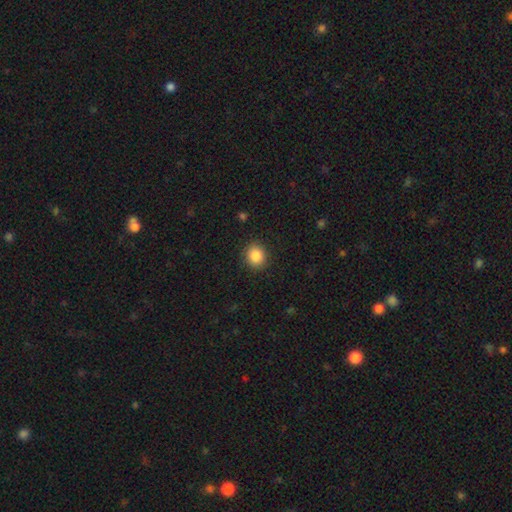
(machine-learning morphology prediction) This is clearly a smooth galaxy (86%). How rounded: likely round (78%). Merging: clearly none (89%).